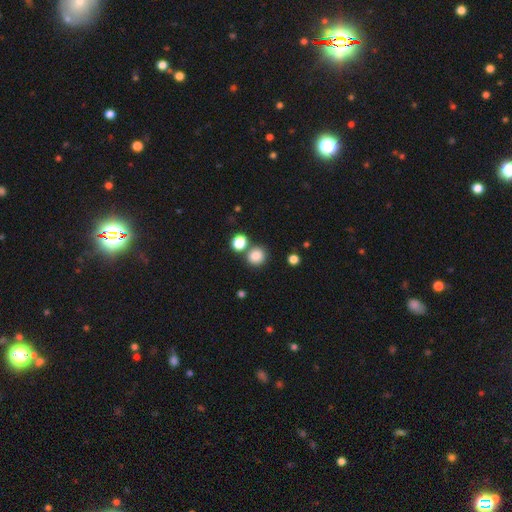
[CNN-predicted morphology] A smooth galaxy with no disk features (84%) that is round (84%). Merging: none (70%).